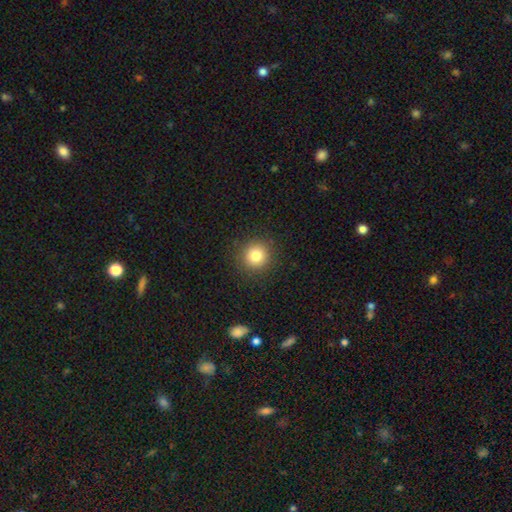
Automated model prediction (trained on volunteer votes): A smooth galaxy with no disk features (81%) that is round (94%). Merging: none (90%).